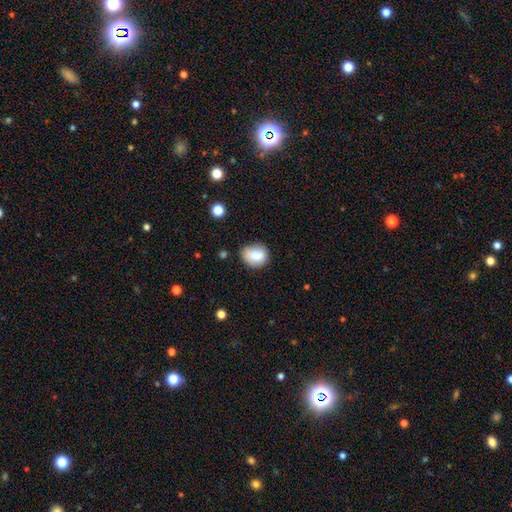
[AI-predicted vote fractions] smooth 82%, featured or disk 9%, star or artifact 8%. Down the decision tree: how rounded — round (56%); merging — none (66%).